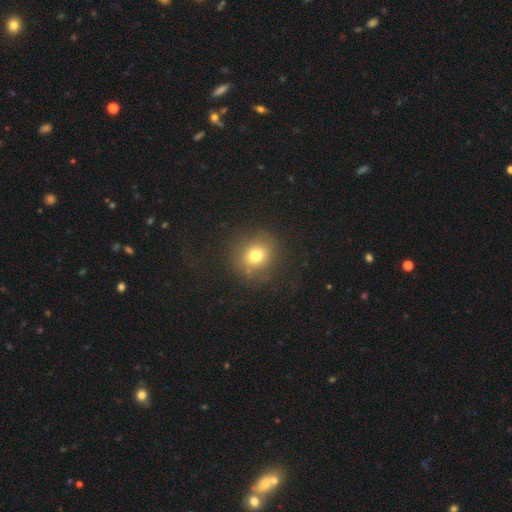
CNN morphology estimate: A smooth galaxy with no disk features (75%) that is round (78%). Merging: none (80%).